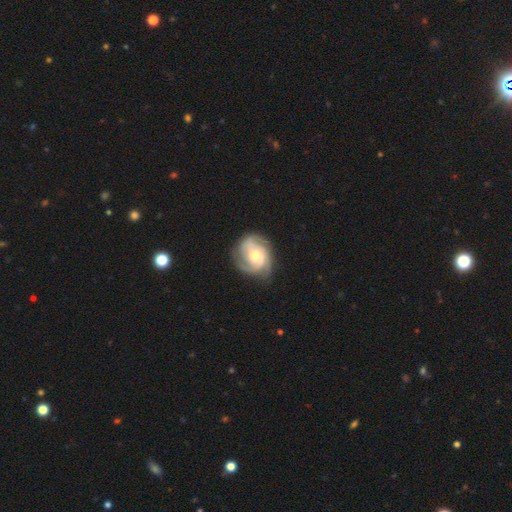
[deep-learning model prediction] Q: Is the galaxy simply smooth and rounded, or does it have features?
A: featured or disk — 80%.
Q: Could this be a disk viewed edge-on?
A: no — 98%.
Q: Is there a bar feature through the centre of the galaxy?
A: no — 70%.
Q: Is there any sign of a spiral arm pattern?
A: yes — 95%.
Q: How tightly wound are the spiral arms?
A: tight — 55%.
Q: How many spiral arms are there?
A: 3 — 34%.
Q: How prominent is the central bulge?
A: small — 47%, tied with moderate.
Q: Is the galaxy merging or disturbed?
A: none — 71%.